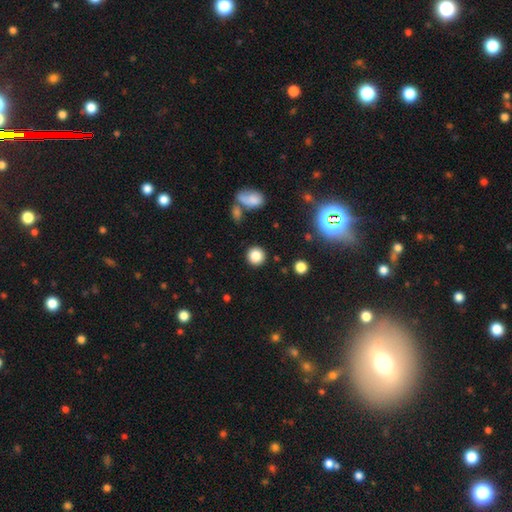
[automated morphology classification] Q: Smooth or featured?
A: smooth (84%); runner-up: star or artifact (11%)
Q: How rounded?
A: round (91%); runner-up: in between (8%)
Q: Merging?
A: none (88%); runner-up: minor disturbance (7%)